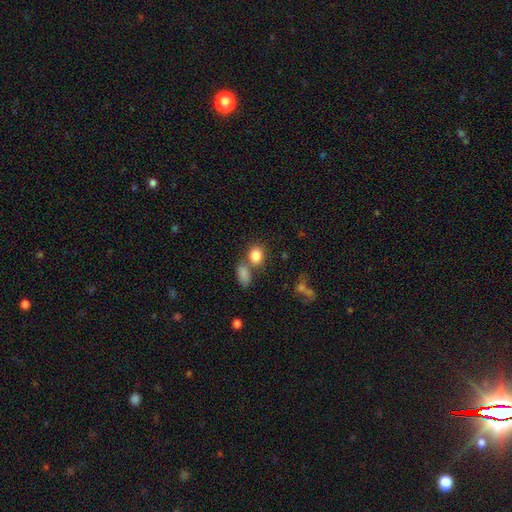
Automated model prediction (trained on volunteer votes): The model was most divided on "how rounded": in between: 50%, round: 49%, cigar-shaped: 1%. More confident: smooth or featured — smooth (84%); merging — none (57%).